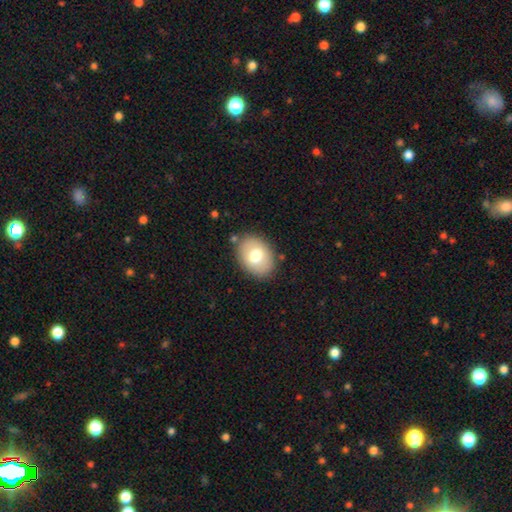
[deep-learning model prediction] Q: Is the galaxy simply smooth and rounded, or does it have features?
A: smooth — 71%.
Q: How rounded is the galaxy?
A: in between — 74%.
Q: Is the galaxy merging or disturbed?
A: none — 83%.